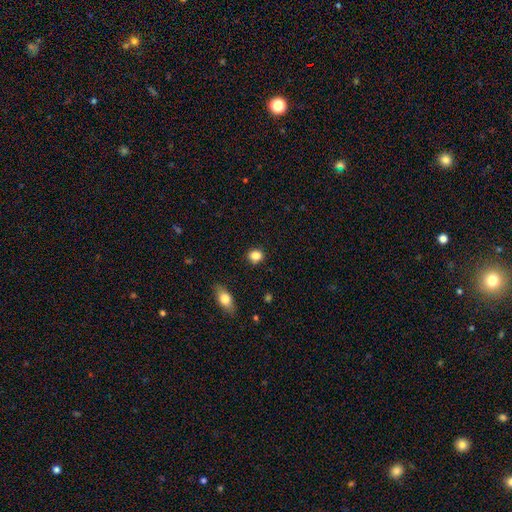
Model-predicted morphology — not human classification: Smooth or featured? Predicted: smooth (p=0.84). How rounded? Predicted: round (p=0.76). Merging? Predicted: none (p=0.87).